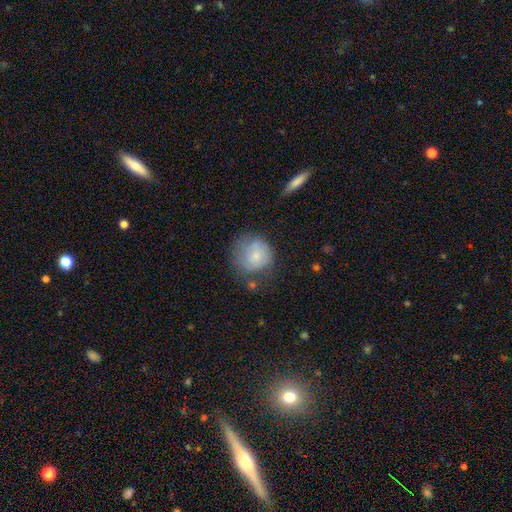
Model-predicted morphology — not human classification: The model was most divided on "merging": none: 52%, minor disturbance: 28%, major disturbance: 15%, merger: 5%. More confident: how rounded — round (86%); smooth or featured — smooth (73%).